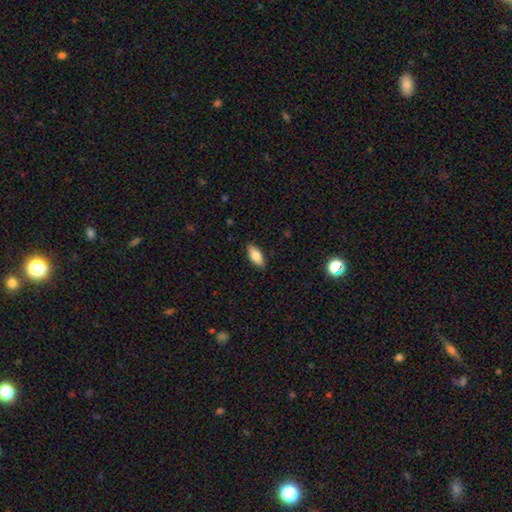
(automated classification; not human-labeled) A smooth galaxy with no disk features (81%) that is in between round and cigar-shaped (81%). Merging: none (88%).